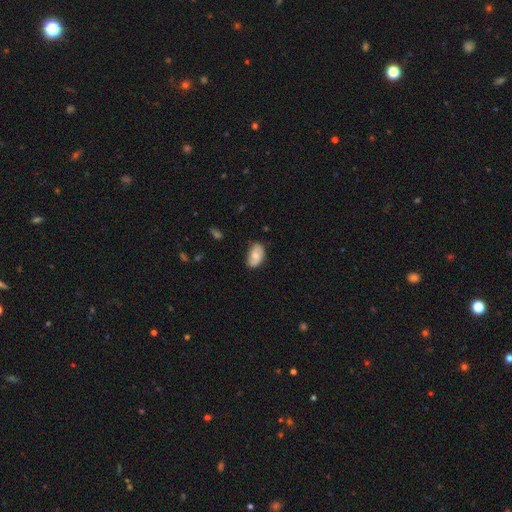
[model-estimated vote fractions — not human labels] A smooth galaxy with no disk features (64%) that is in between round and cigar-shaped (91%). Merging: none (70%).